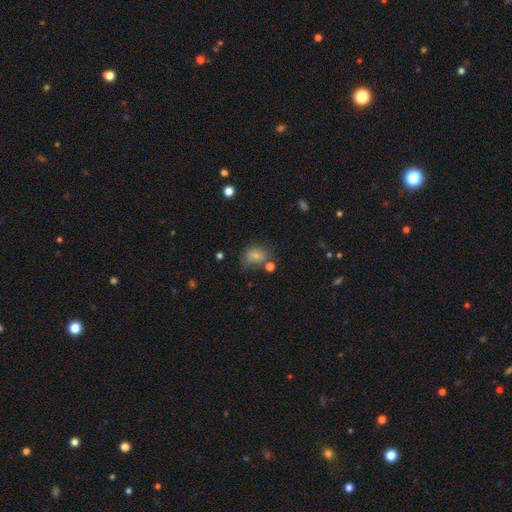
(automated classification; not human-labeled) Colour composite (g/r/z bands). It shows a smooth galaxy with no disk features (76%) that is in between round and cigar-shaped (58%). Merging: none (53%).